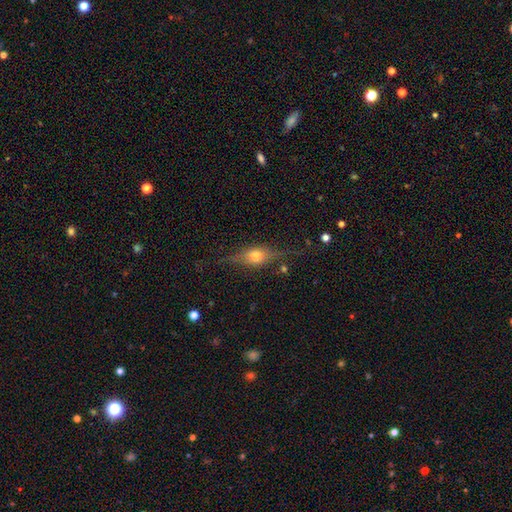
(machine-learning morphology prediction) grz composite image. It shows a featured or disk galaxy (63%) viewed edge-on (91%) with a rounded central bulge (93%). Merging: none (76%).